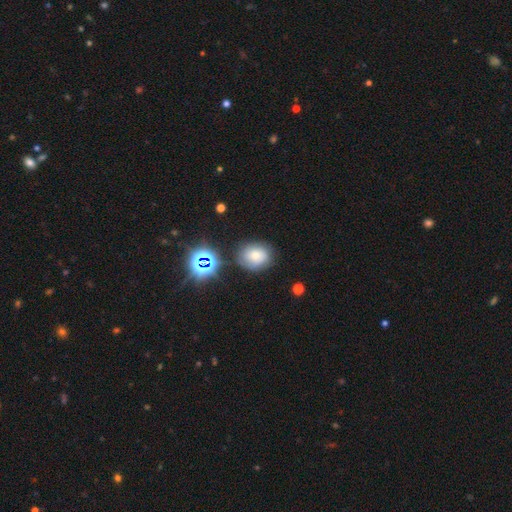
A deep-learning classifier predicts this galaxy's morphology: type=smooth (64%); roundness=round (60%); merging=none (73%).